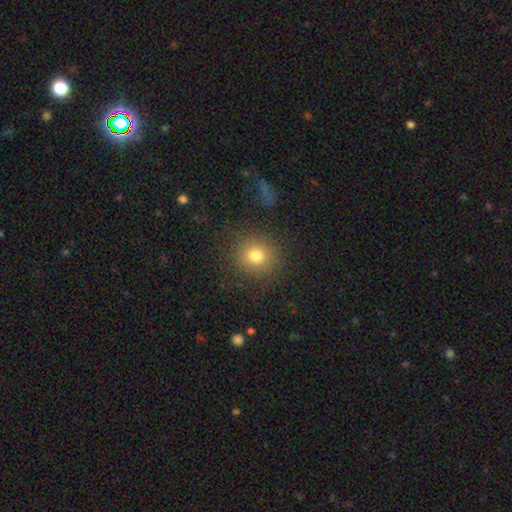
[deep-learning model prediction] Q: Smooth or featured?
A: smooth (77%); runner-up: star or artifact (14%)
Q: How rounded?
A: round (90%); runner-up: in between (9%)
Q: Merging?
A: none (86%); runner-up: minor disturbance (8%)